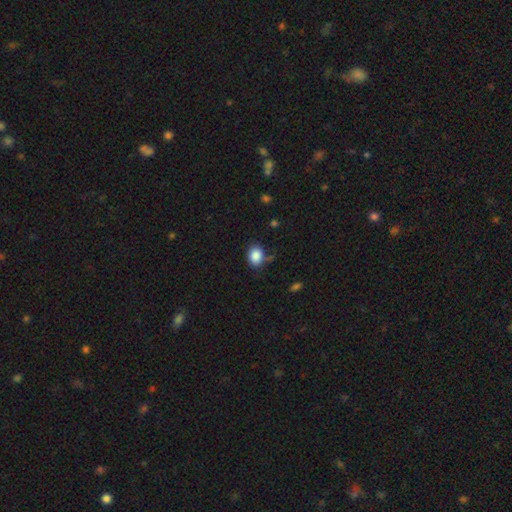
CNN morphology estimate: smooth-or-featured: smooth: 86% | star or artifact: 9% | featured or disk: 5%
  how-rounded: in between: 60% | round: 39% | cigar-shaped: 1%
  merging: none: 69% | minor disturbance: 20% | major disturbance: 6% | merger: 5%